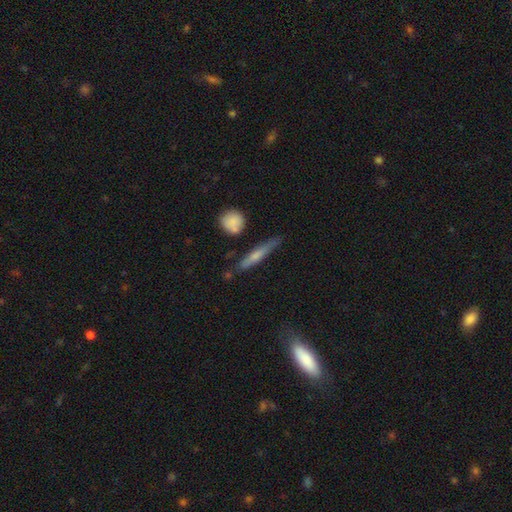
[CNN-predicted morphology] Smooth or featured: smooth — 54% (featured or disk — 39%)
How rounded: cigar-shaped — 89% (in between — 8%)
Merging: none — 73% (minor disturbance — 18%)